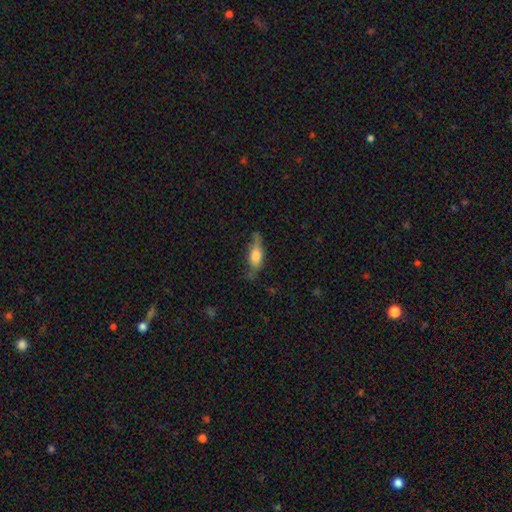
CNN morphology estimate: The model was most divided on "merging": none: 55%, minor disturbance: 31%, major disturbance: 12%, merger: 2%. More confident: how rounded — in between (62%); smooth or featured — smooth (60%).